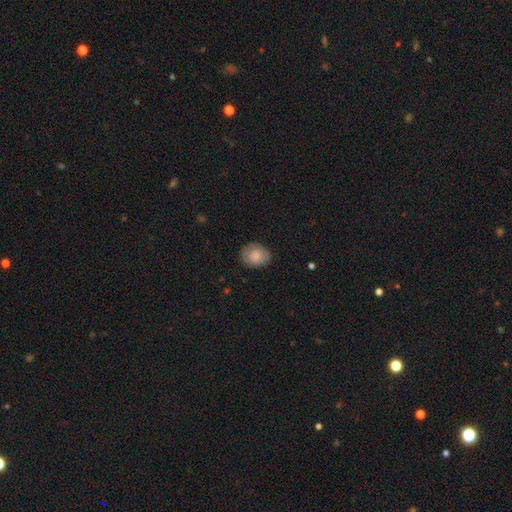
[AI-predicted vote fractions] The model was most divided on "how rounded": in between: 50%, round: 49%, cigar-shaped: 1%. More confident: smooth or featured — smooth (81%); merging — none (79%).